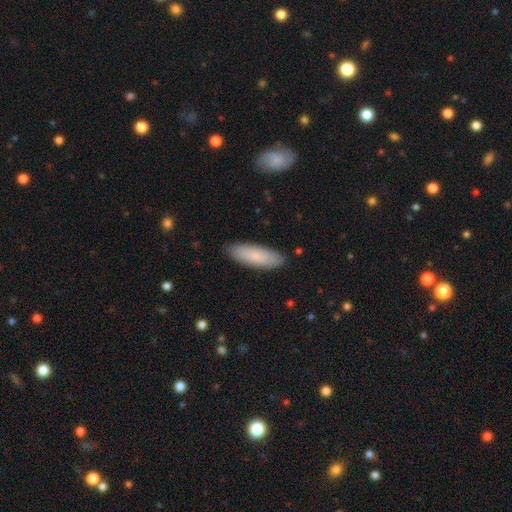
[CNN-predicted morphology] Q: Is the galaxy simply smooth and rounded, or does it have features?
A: smooth — 85%.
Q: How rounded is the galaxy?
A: in between — 57%.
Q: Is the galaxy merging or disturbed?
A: none — 88%.